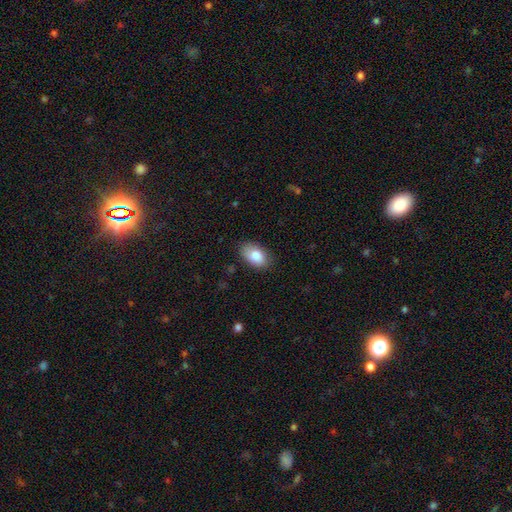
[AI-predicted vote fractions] This is clearly a smooth galaxy (84%). How rounded: clearly in between (91%). Merging: clearly none (81%).